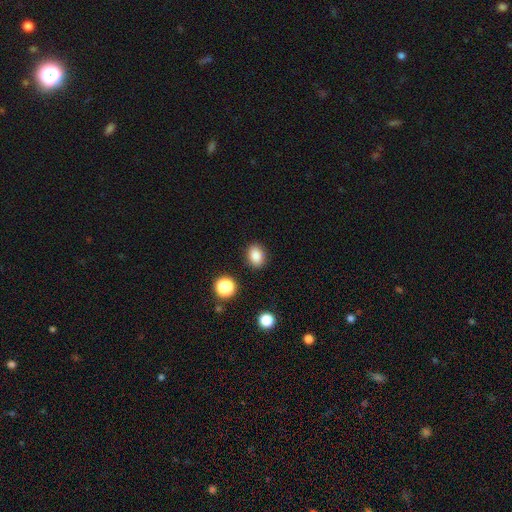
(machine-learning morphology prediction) smooth_or_featured: smooth (p=0.84) [alt: star or artifact p=0.11]
how_rounded: in between (p=0.60) [alt: round p=0.39]
merging: none (p=0.87) [alt: minor disturbance p=0.08]